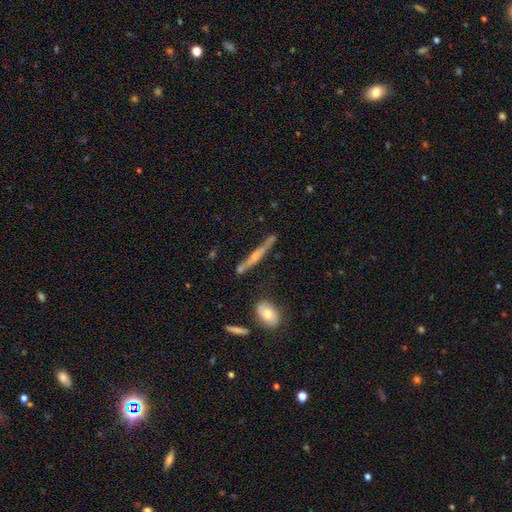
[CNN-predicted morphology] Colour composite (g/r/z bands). It shows a featured or disk galaxy (60%) viewed edge-on (93%) with no central bulge (40%). Merging: none (73%).